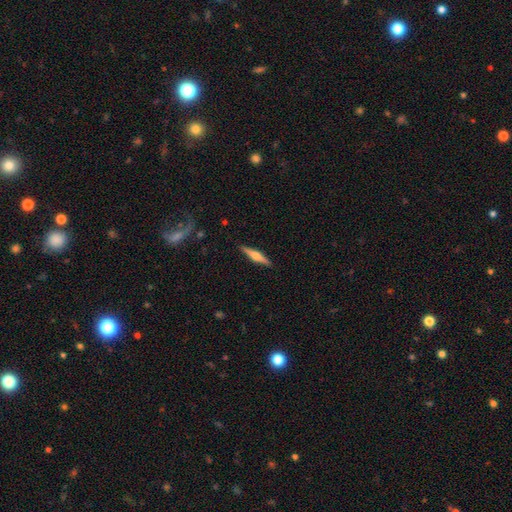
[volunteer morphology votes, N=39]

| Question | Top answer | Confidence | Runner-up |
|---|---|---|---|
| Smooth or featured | featured or disk | 64% | smooth (33%) |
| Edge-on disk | yes | 100% | — |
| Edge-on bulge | rounded | 84% | boxy (12%) |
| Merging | none | 92% | minor disturbance (5%) |